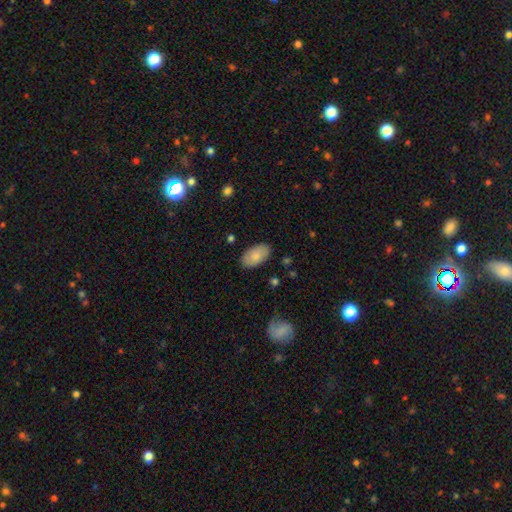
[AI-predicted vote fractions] Q: Smooth or featured?
A: smooth (82%); runner-up: featured or disk (12%)
Q: How rounded?
A: in between (95%); runner-up: round (4%)
Q: Merging?
A: none (85%); runner-up: minor disturbance (12%)